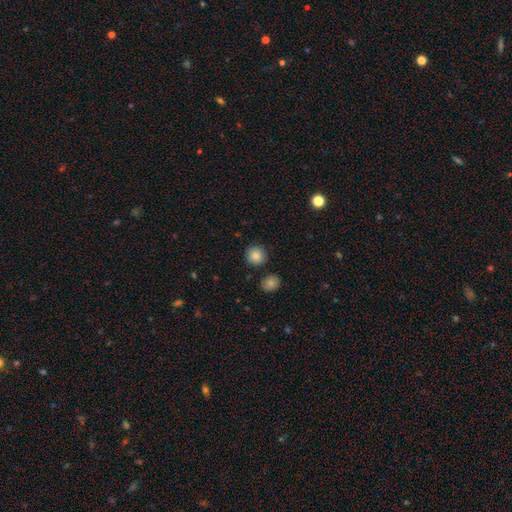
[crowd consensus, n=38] This is clearly a smooth galaxy (89%). How rounded: clearly round (97%). Merging: clearly none (91%).